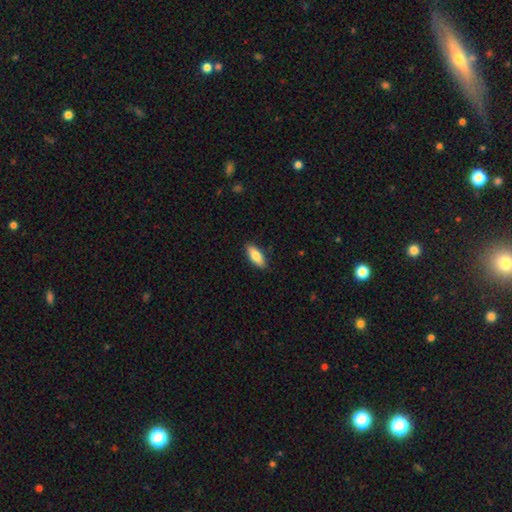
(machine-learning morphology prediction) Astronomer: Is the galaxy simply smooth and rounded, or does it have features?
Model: smooth — 81%.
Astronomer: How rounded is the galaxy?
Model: in between — 79%.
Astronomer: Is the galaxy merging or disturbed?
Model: none — 87%.